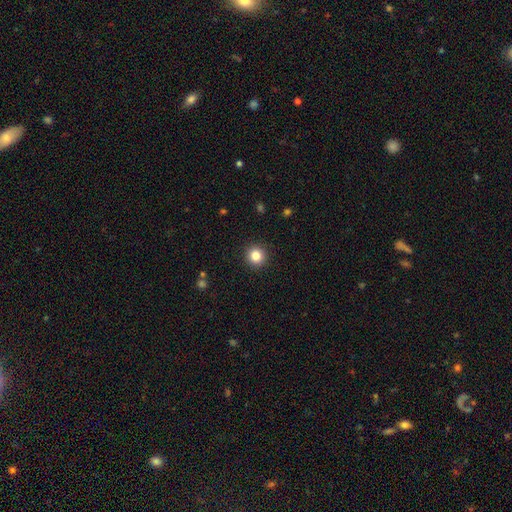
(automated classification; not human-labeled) Smooth or featured? smooth (83%)
How rounded? round (95%)
Merging? none (92%)